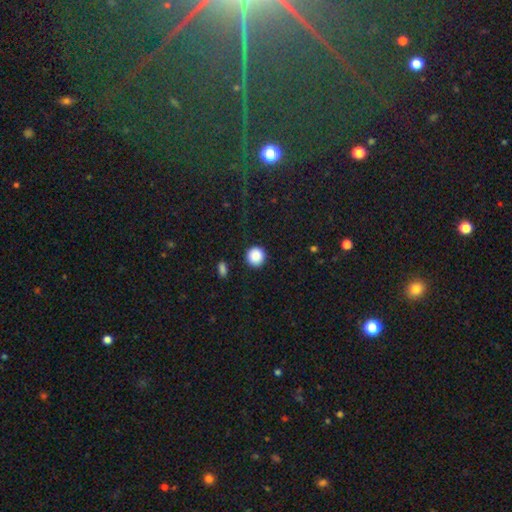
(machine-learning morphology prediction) smooth_or_featured: smooth (p=0.87) [alt: star or artifact p=0.08]
how_rounded: round (p=0.94) [alt: in between p=0.05]
merging: none (p=0.91) [alt: minor disturbance p=0.05]